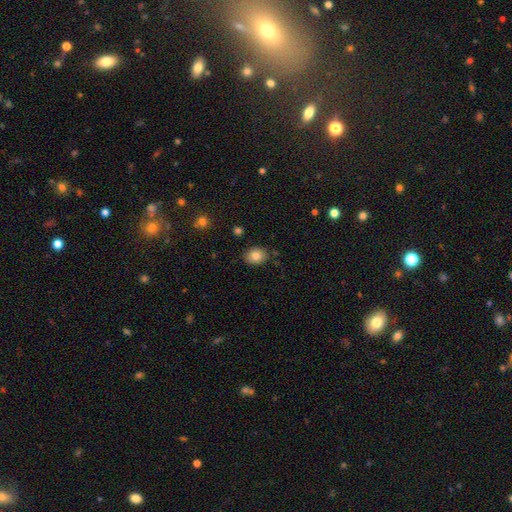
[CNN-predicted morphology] smooth-or-featured: smooth: 83% | star or artifact: 10% | featured or disk: 8%
  how-rounded: round: 53% | in between: 46% | cigar-shaped: 1%
  merging: none: 85% | minor disturbance: 11% | merger: 2% | major disturbance: 2%